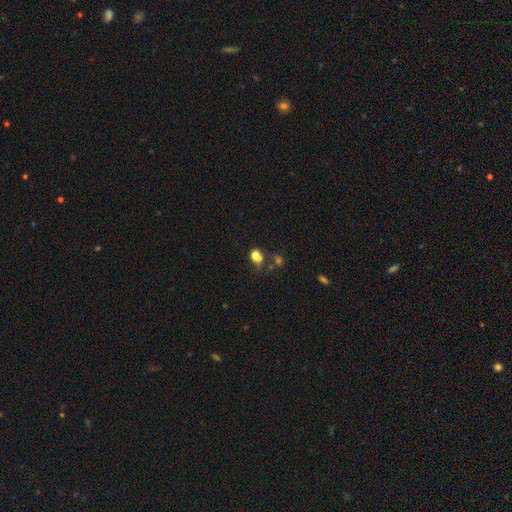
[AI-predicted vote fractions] smooth_or_featured: smooth (p=0.74) [alt: star or artifact p=0.15]
how_rounded: round (p=0.62) [alt: in between p=0.36]
merging: none (p=0.41) [alt: merger p=0.34]